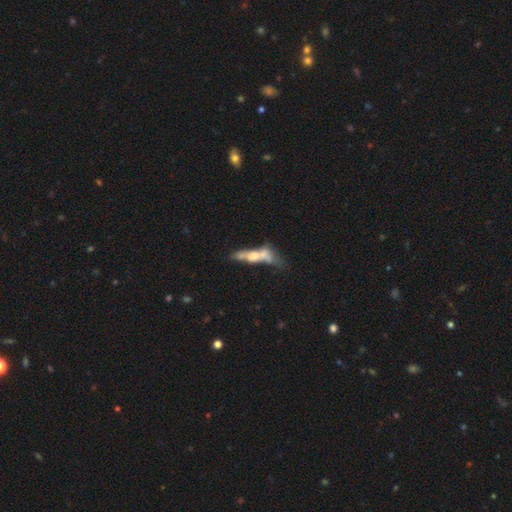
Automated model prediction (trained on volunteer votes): Q: Smooth or featured?
A: featured or disk (46%); runner-up: smooth (44%)
Q: Merging?
A: merger (41%); runner-up: none (24%)